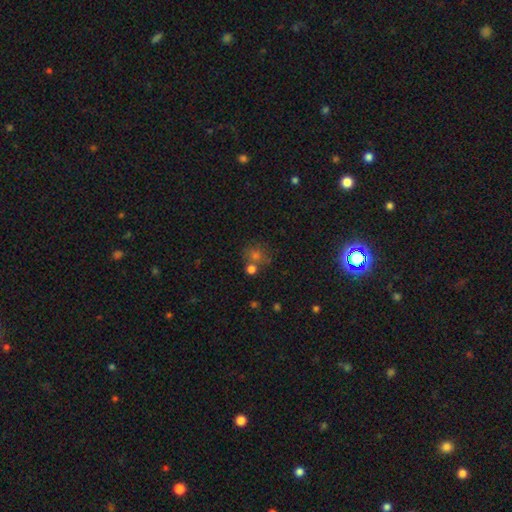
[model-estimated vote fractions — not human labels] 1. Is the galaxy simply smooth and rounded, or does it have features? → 51% smooth, 37% star or artifact, 12% featured or disk.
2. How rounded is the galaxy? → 85% round, 13% in between, 1% cigar-shaped.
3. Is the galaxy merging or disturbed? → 64% none, 21% merger, 10% minor disturbance, 5% major disturbance.